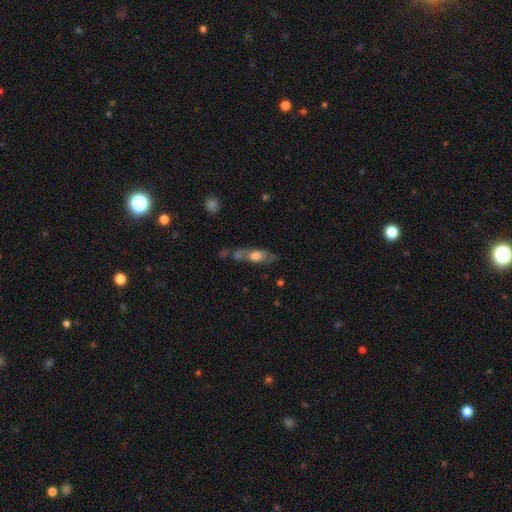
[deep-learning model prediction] Morphology: type=smooth (52%); roundness=in between (51%); merging=none (42%).